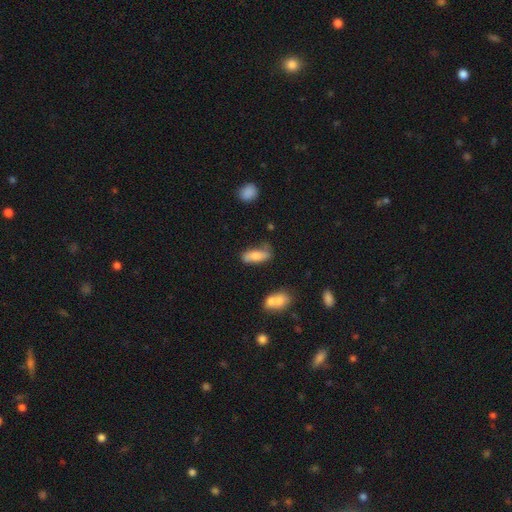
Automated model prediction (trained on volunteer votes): A smooth galaxy with no disk features (63%) that is in between round and cigar-shaped (70%). Merging: none (56%).